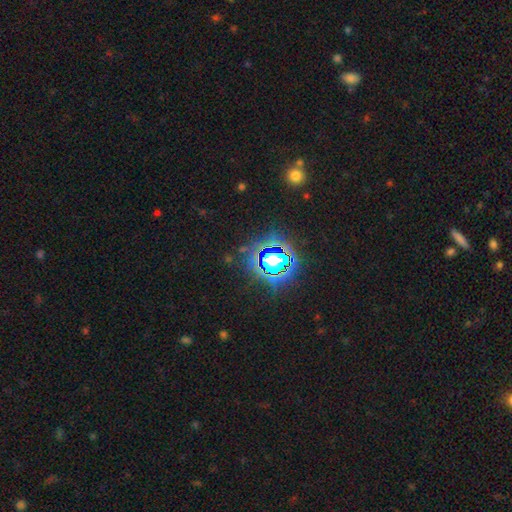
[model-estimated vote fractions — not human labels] This is clearly a star or artifact rather than a galaxy (80%).